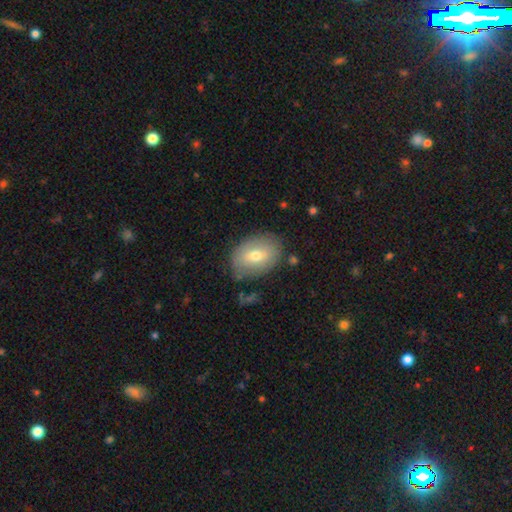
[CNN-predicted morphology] This is likely a smooth galaxy (62%). How rounded: clearly in between (80%). Merging: likely none (79%).